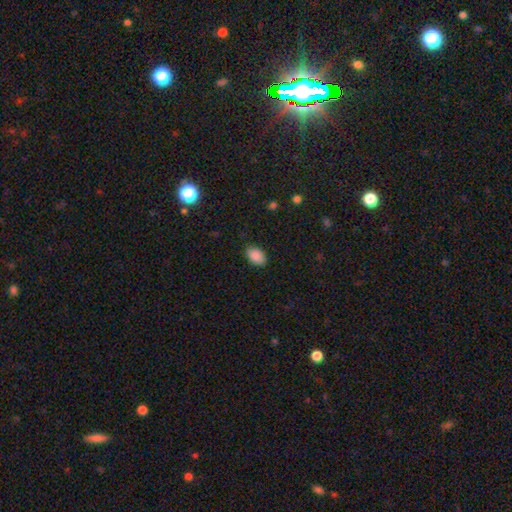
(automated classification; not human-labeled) This is clearly a smooth galaxy (89%). How rounded: clearly in between (88%). Merging: clearly none (84%).